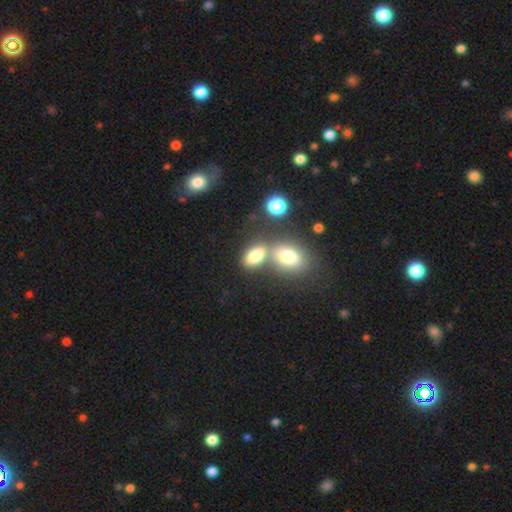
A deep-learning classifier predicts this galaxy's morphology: Smooth or featured? smooth (78%)
How rounded? in between (85%)
Merging? none (44%)